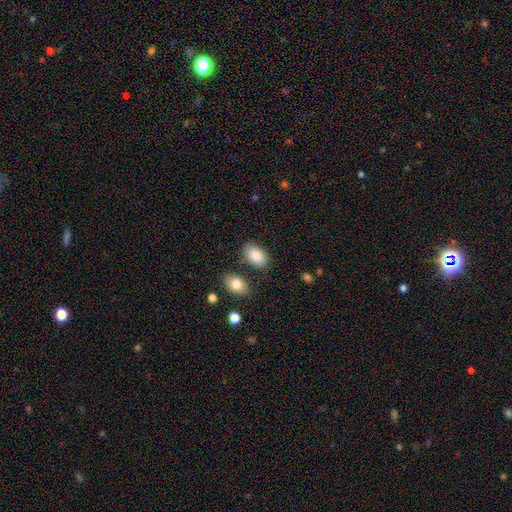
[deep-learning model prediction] smooth 87%, featured or disk 7%, star or artifact 7%. Down the decision tree: how rounded — in between (93%); merging — none (76%).